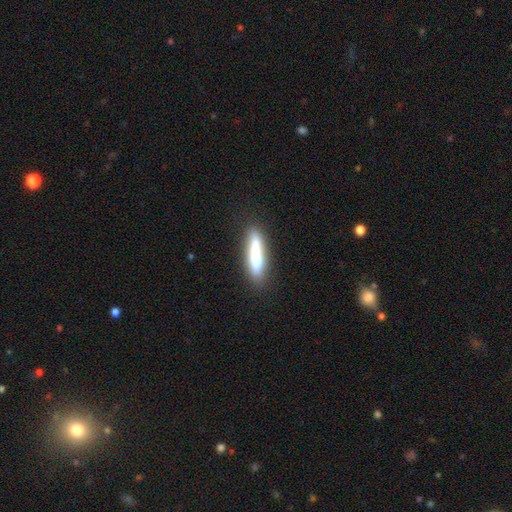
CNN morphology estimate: smooth-or-featured: smooth: 65% | featured or disk: 28% | star or artifact: 7%
  how-rounded: cigar-shaped: 83% | in between: 15% | round: 2%
  merging: none: 79% | minor disturbance: 14% | merger: 4% | major disturbance: 4%